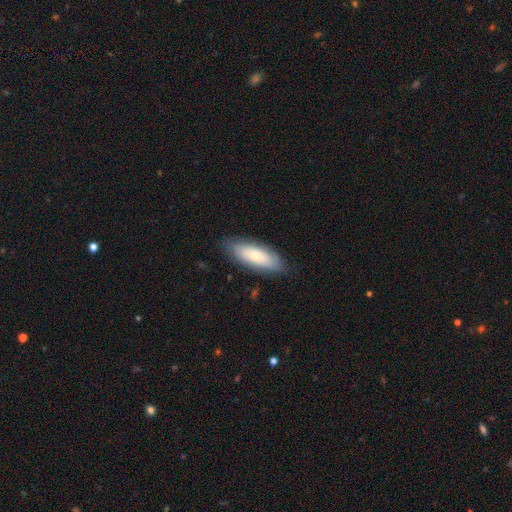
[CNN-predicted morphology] smooth 68%, featured or disk 26%, star or artifact 6%. Down the decision tree: how rounded — in between (70%); merging — none (79%).